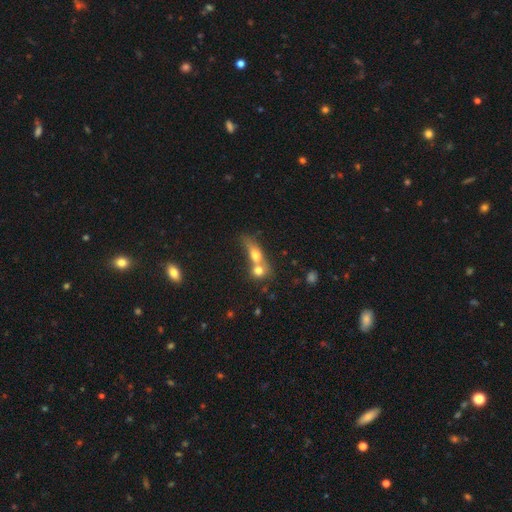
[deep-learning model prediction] smooth 63%, featured or disk 26%, star or artifact 11%. Down the decision tree: how rounded — in between (42%); merging — merger (67%).